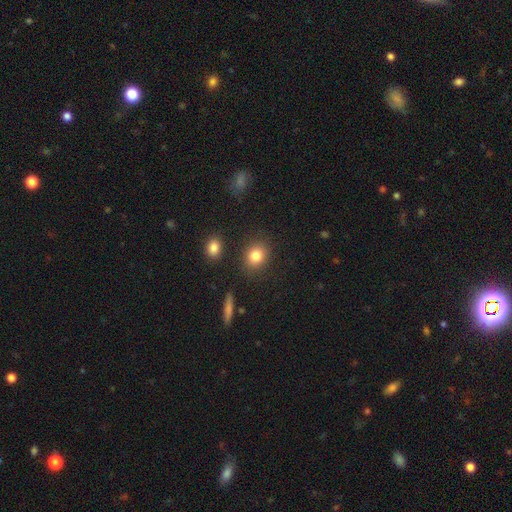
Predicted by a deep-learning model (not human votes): Overall: smooth (82%). How rounded: round (67%; in between 31%). Merging: none (85%).